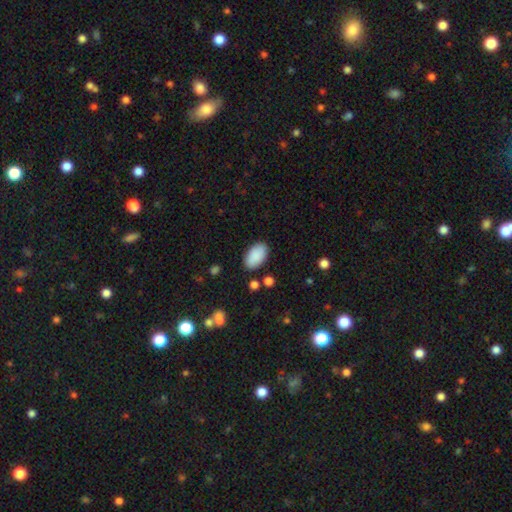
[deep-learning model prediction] This is clearly a smooth galaxy (89%). How rounded: clearly in between (95%). Merging: clearly none (86%).